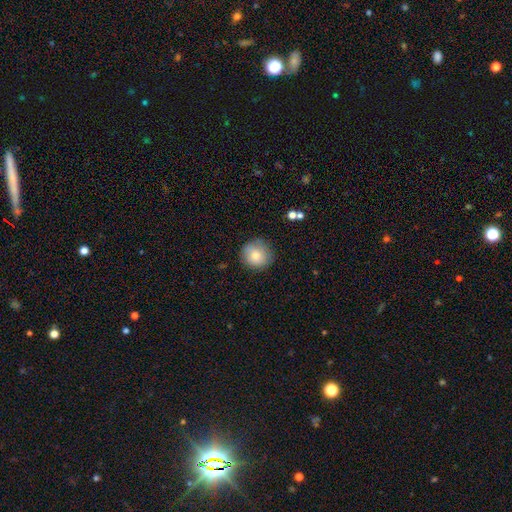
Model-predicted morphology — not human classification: Overall: smooth (80%). How rounded: round (93%). Merging: none (83%).